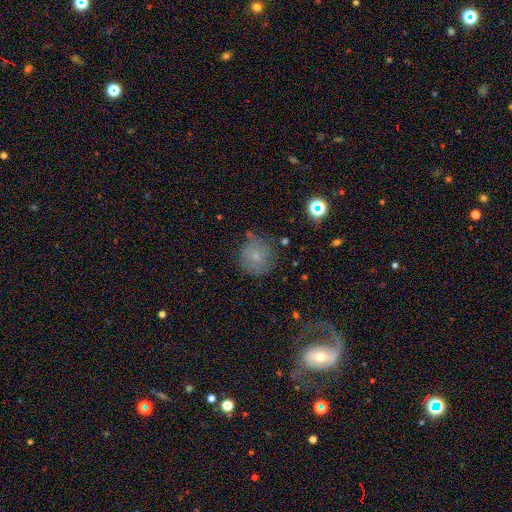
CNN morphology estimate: Q: Smooth or featured?
A: smooth (72%); runner-up: featured or disk (16%)
Q: How rounded?
A: round (91%); runner-up: in between (8%)
Q: Merging?
A: none (73%); runner-up: minor disturbance (18%)